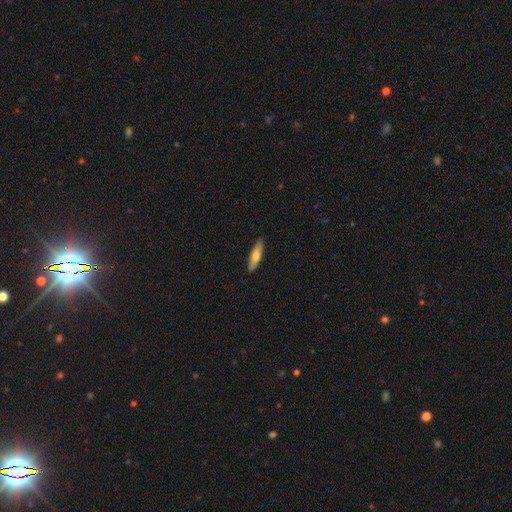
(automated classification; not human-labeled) The model was most divided on "smooth or featured": smooth: 65%, featured or disk: 29%, star or artifact: 5%. More confident: merging — none (89%); how rounded — cigar-shaped (69%).